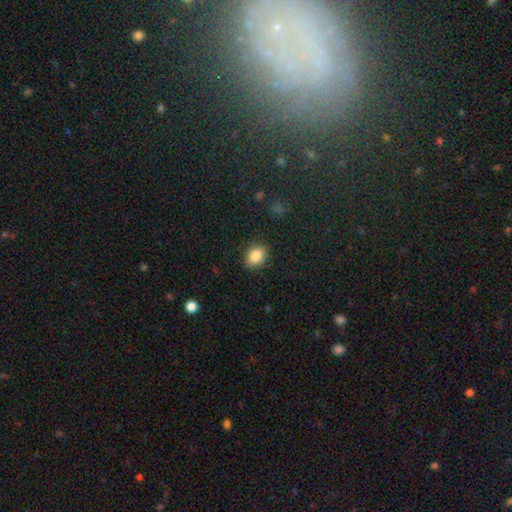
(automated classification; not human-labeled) Smooth or featured? smooth (84%)
How rounded? in between (68%)
Merging? none (84%)